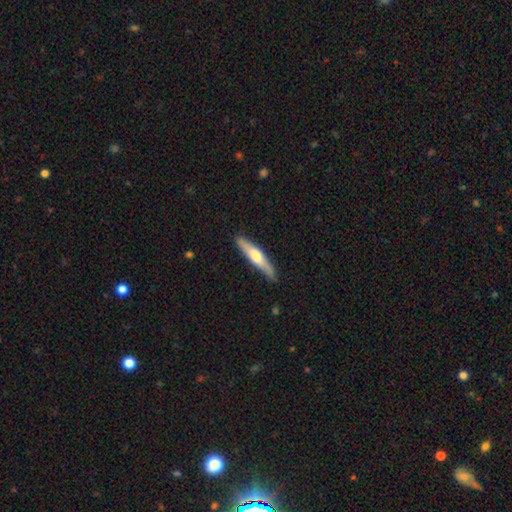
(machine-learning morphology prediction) smooth_or_featured: featured or disk (p=0.50) [alt: smooth p=0.45]
merging: none (p=0.86) [alt: minor disturbance p=0.11]